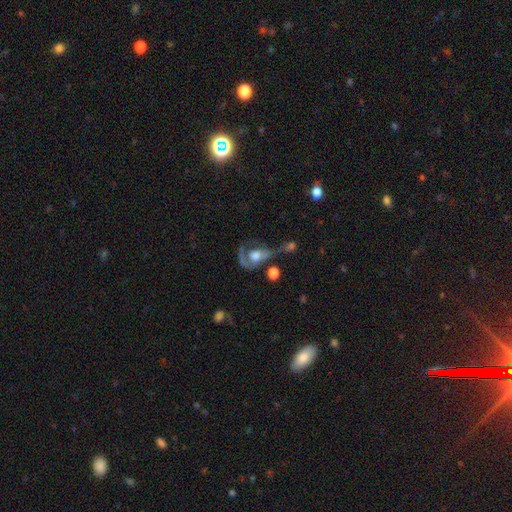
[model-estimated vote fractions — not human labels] Morphology: type=featured or disk (62%); edge-on=no (95%); bar=no (77%); spiral arms=yes (69%); bulge=moderate (40%); merging=major disturbance (38%).